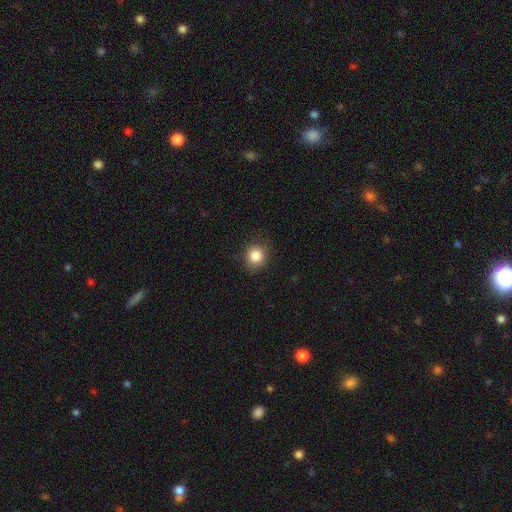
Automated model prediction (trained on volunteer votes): A smooth galaxy with no disk features (84%) that is round (80%). Merging: none (84%).